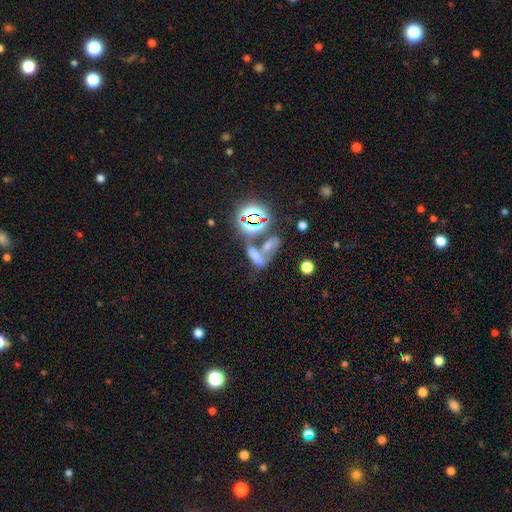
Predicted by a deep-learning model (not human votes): Smooth or featured: smooth — 50% (star or artifact — 32%)
How rounded: in between — 58% (cigar-shaped — 27%)
Merging: merger — 58% (none — 24%)